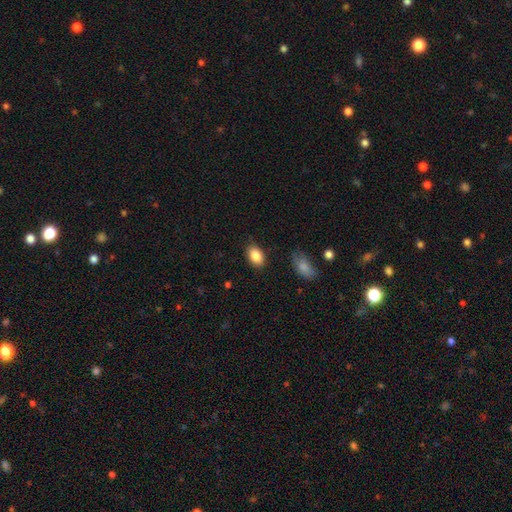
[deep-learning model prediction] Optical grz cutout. It shows a smooth galaxy with no disk features (87%) that is in between round and cigar-shaped (89%). Merging: none (85%).